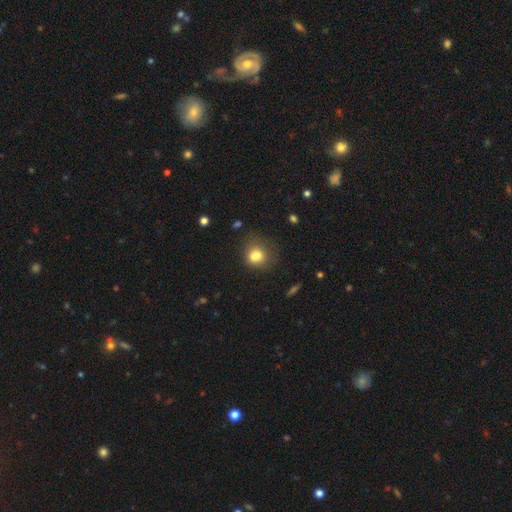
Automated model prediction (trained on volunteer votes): Morphology: type=smooth (78%); roundness=round (66%); merging=none (56%).